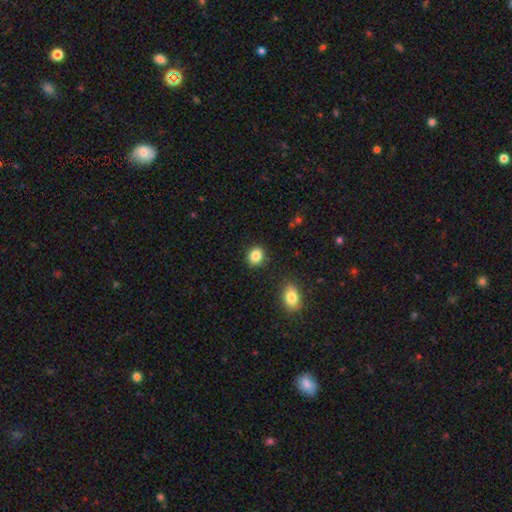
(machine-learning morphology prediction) Smooth or featured? Predicted: smooth (p=0.86). How rounded? Predicted: round (p=0.64). Merging? Predicted: none (p=0.88).